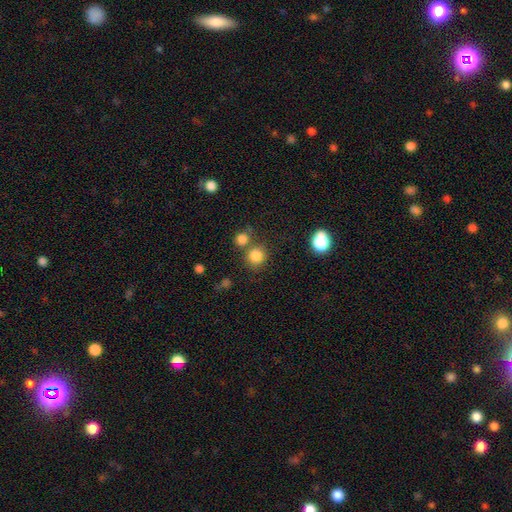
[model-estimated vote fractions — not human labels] The model was most divided on "merging": none: 70%, merger: 18%, minor disturbance: 9%, major disturbance: 4%. More confident: how rounded — round (90%); smooth or featured — smooth (83%).